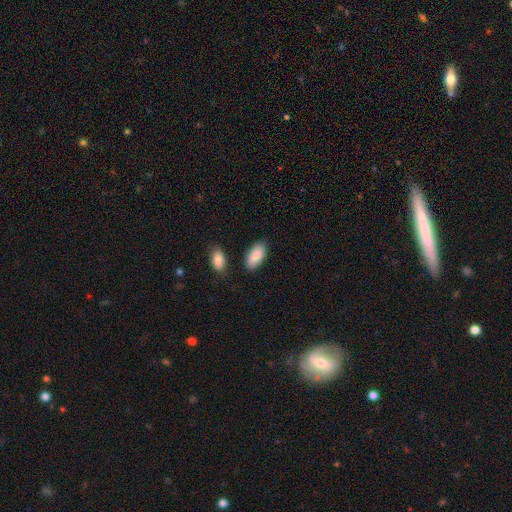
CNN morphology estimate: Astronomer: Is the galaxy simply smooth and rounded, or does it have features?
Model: smooth — 88%.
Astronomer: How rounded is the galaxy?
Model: in between — 92%.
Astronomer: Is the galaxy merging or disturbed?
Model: none — 82%.